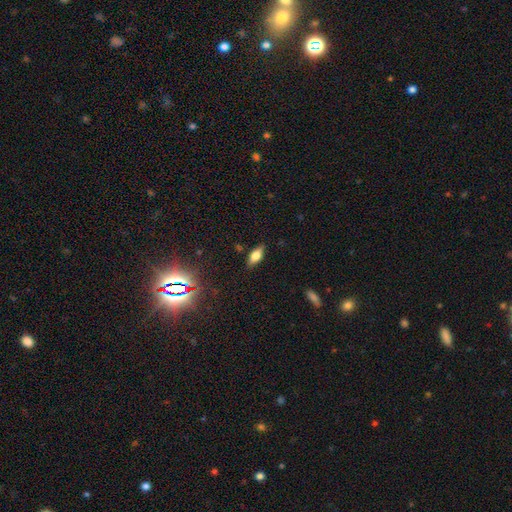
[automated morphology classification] A smooth galaxy with no disk features (64%) that is in between round and cigar-shaped (78%). Merging: none (85%).